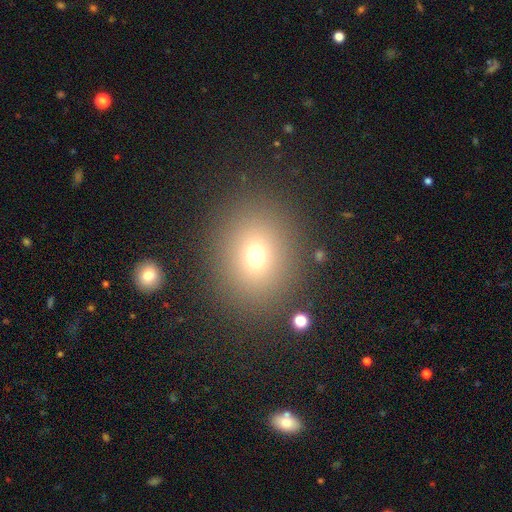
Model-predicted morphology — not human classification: smooth_or_featured: smooth (p=0.71) [alt: star or artifact p=0.18]
how_rounded: round (p=0.65) [alt: in between p=0.34]
merging: none (p=0.85) [alt: minor disturbance p=0.08]